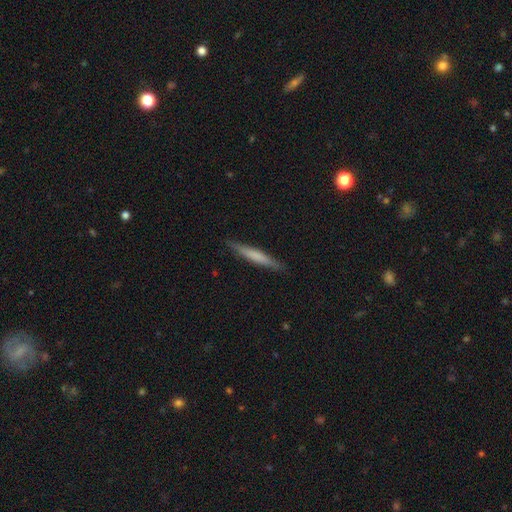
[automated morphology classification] This is likely a smooth galaxy (61%). How rounded: clearly cigar-shaped (95%). Merging: clearly none (89%).